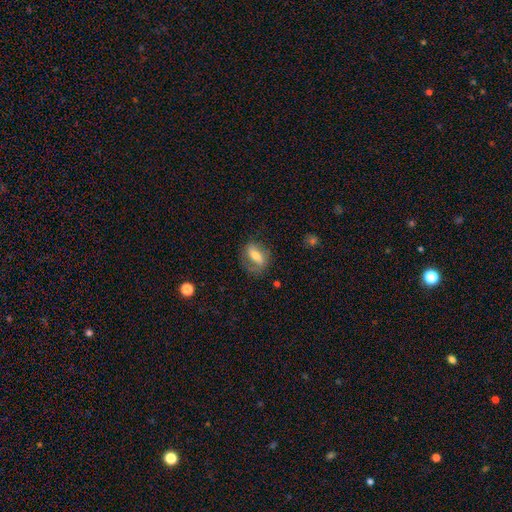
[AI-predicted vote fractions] Smooth or featured?
  - smooth: 49% *
  - featured or disk: 42%
  - star or artifact: 9%
Merging?
  - none: 66% *
  - minor disturbance: 20%
  - major disturbance: 12%
  - merger: 2%